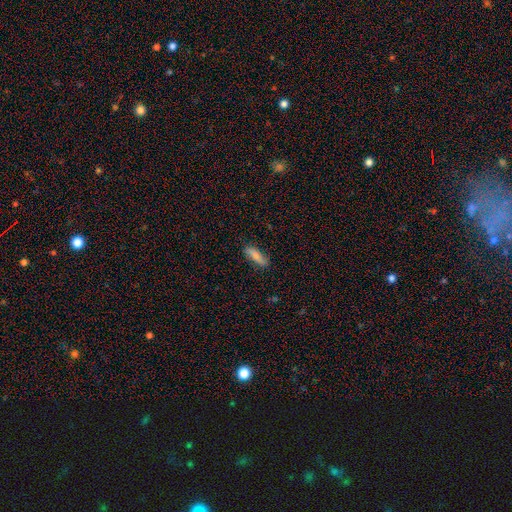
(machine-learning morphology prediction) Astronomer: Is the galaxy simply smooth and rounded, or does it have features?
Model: smooth — 78%.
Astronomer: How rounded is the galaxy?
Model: cigar-shaped — 50% (runner-up: in between, 48%).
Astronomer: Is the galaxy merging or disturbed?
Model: none — 82%.